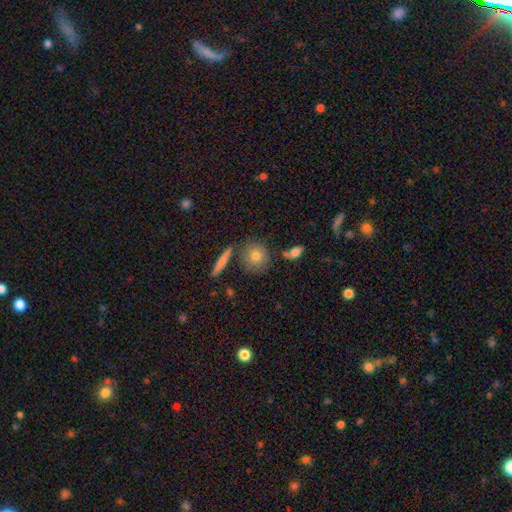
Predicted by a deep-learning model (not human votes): smooth_or_featured: smooth (p=0.75) [alt: featured or disk p=0.15]
how_rounded: round (p=0.82) [alt: in between p=0.15]
merging: none (p=0.75) [alt: minor disturbance p=0.12]